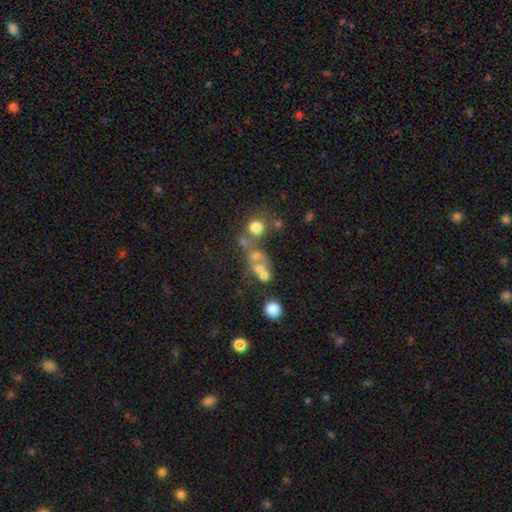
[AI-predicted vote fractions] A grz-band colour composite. It shows a smooth galaxy with no disk features (49%). Merging: merger (48%).